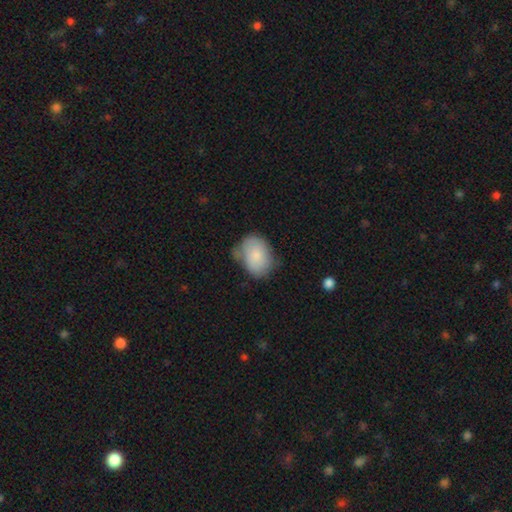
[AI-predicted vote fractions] smooth 79%, featured or disk 15%, star or artifact 6%. Down the decision tree: how rounded — in between (73%); merging — none (51%).